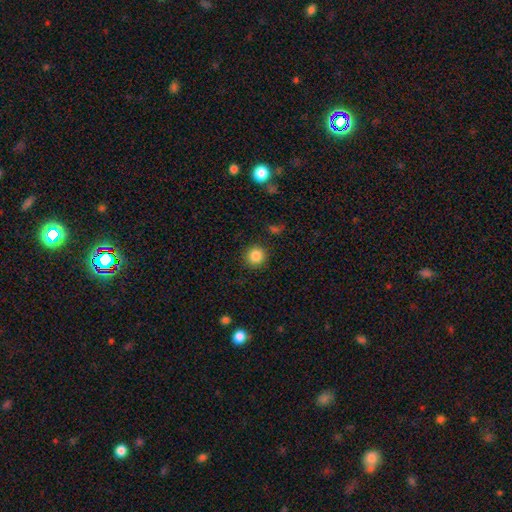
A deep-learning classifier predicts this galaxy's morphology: Smooth or featured?
  - smooth: 85% *
  - star or artifact: 10%
  - featured or disk: 5%
How rounded?
  - round: 93% *
  - in between: 6%
  - cigar-shaped: 1%
Merging?
  - none: 88% *
  - minor disturbance: 7%
  - major disturbance: 3%
  - merger: 2%